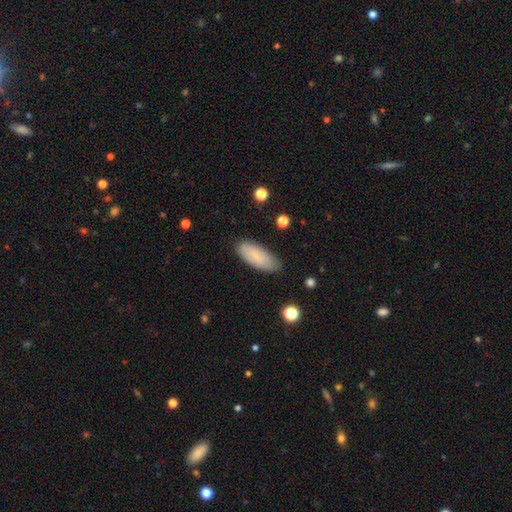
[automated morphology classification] Smooth or featured?
  - smooth: 83% *
  - featured or disk: 10%
  - star or artifact: 6%
How rounded?
  - in between: 79% *
  - cigar-shaped: 20%
  - round: 2%
Merging?
  - none: 79% *
  - minor disturbance: 16%
  - major disturbance: 3%
  - merger: 1%